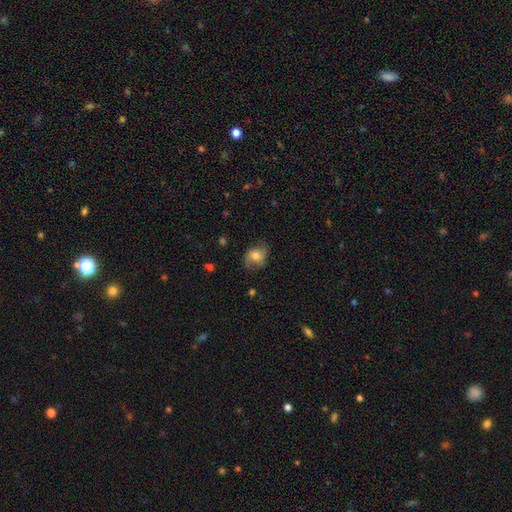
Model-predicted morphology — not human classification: This is possibly a smooth galaxy (48%). Merging: likely none (66%).